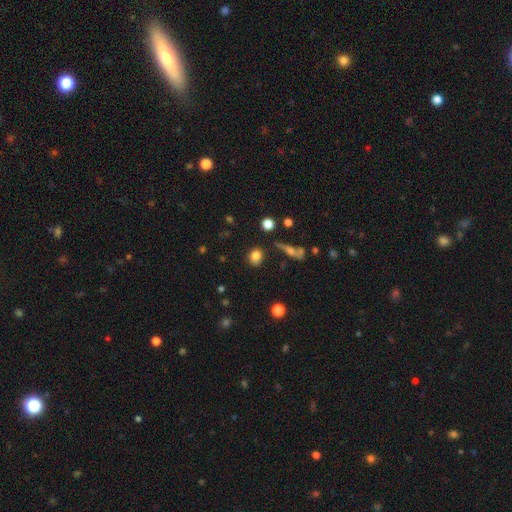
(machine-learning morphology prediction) Smooth or featured? Predicted: smooth (p=0.80). How rounded? Predicted: round (p=0.69). Merging? Predicted: none (p=0.77).